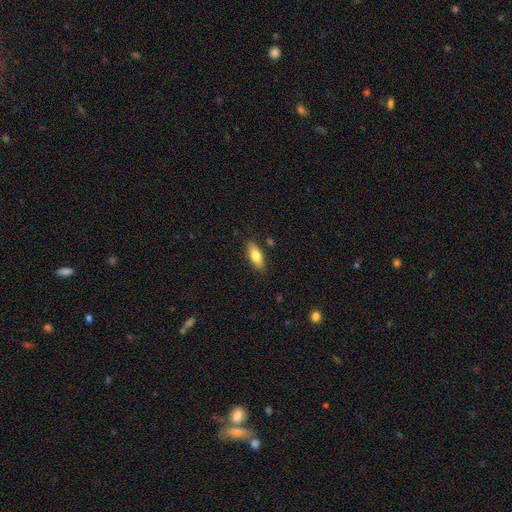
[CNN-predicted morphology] smooth 77%, featured or disk 17%, star or artifact 6%. Down the decision tree: how rounded — in between (77%); merging — none (84%).